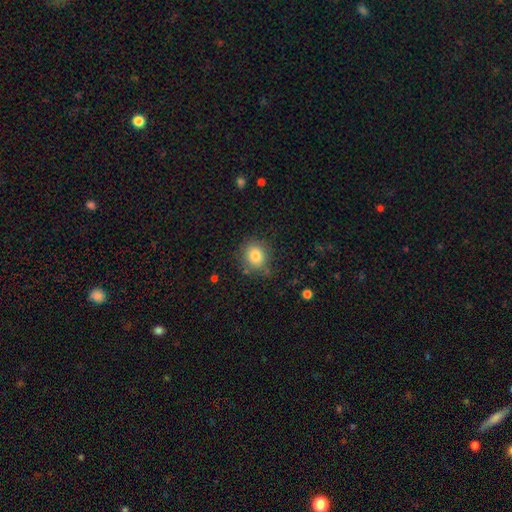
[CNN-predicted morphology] This is clearly a smooth galaxy (81%). How rounded: likely round (72%). Merging: likely none (79%).